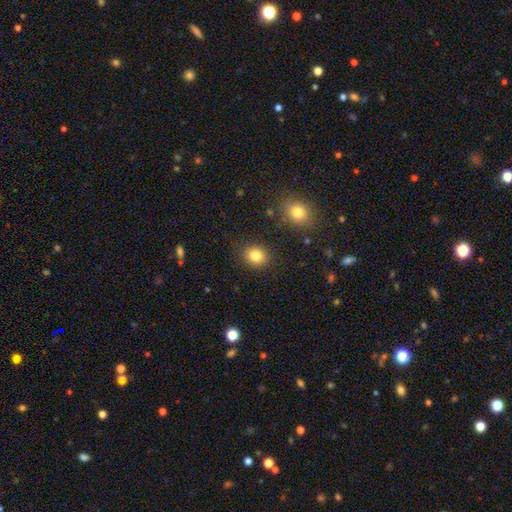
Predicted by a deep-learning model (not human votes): smooth-or-featured: smooth: 83% | star or artifact: 11% | featured or disk: 6%
  how-rounded: round: 76% | in between: 24% | cigar-shaped: 1%
  merging: none: 86% | minor disturbance: 9% | major disturbance: 3% | merger: 2%